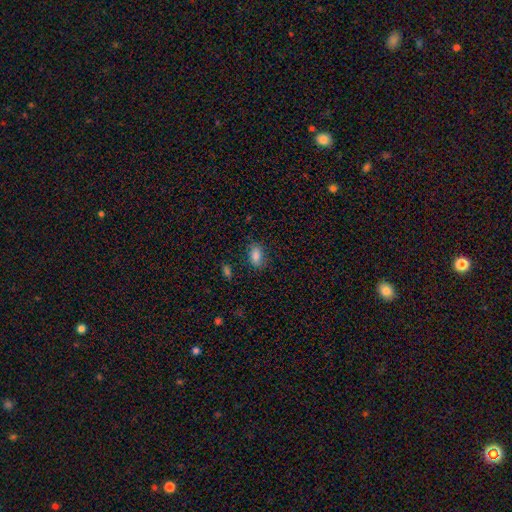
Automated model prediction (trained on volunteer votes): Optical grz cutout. It shows a smooth galaxy with no disk features (82%) that is in between round and cigar-shaped (86%). Merging: none (78%).